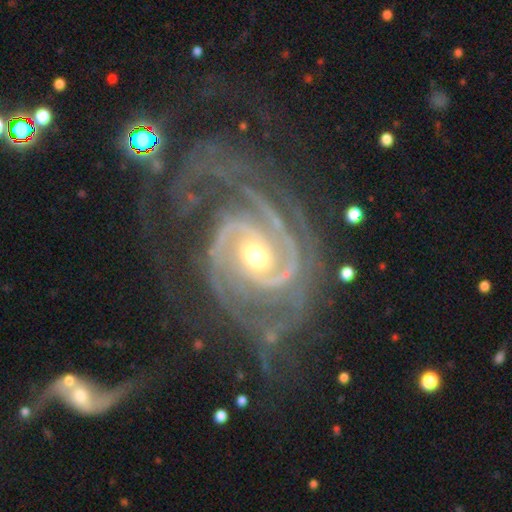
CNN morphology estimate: The model was most divided on "spiral arm count": 2: 39%, 3: 25%, can't tell: 12%, 4: 10%, more than 4: 7%, 1: 7%. More confident: spiral arms — yes (98%); edge-on disk — no (97%); smooth or featured — featured or disk (93%); bulge size — moderate (66%); spiral winding — tight (62%); bar — no (59%); merging — none (56%).